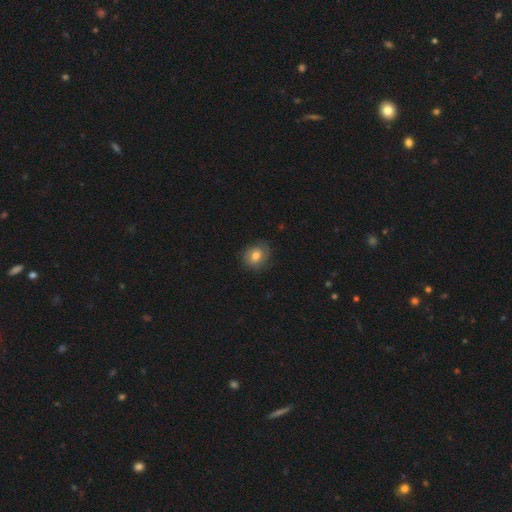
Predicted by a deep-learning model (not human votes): Smooth or featured? smooth (61%)
How rounded? round (60%)
Merging? none (78%)